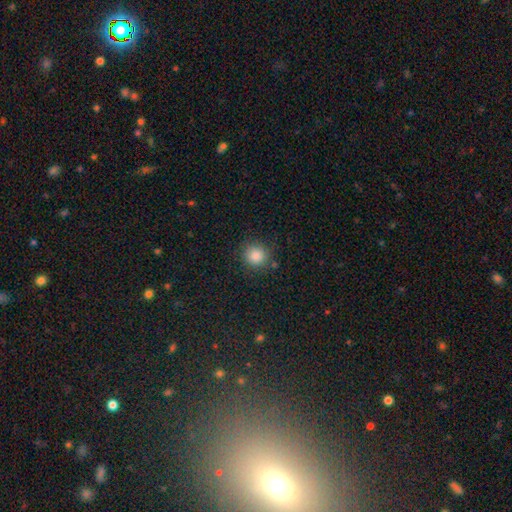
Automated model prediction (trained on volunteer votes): Morphology: type=smooth (85%); roundness=round (91%); merging=none (86%).